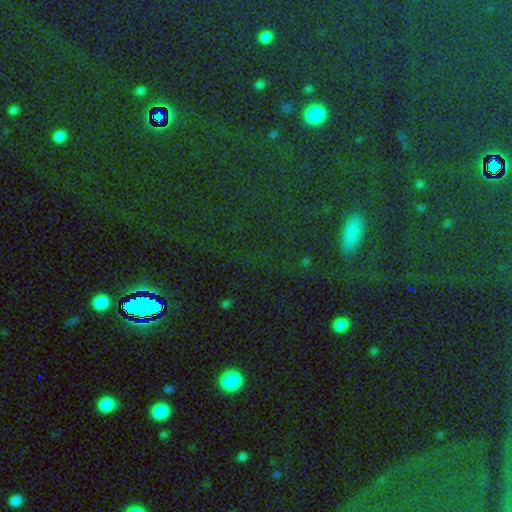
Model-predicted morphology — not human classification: Smooth or featured: star or artifact — 73% (smooth — 19%)